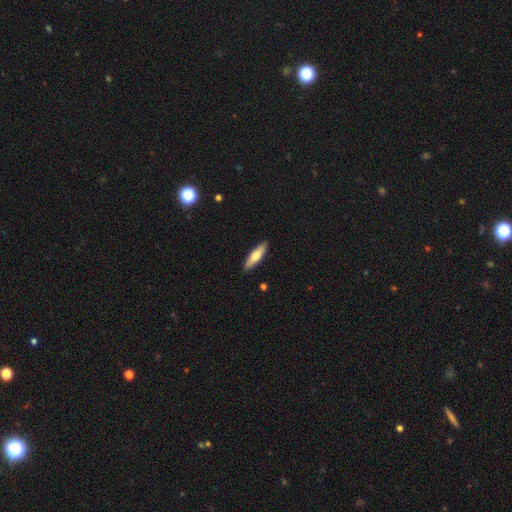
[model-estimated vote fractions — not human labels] This is likely a smooth galaxy (62%). How rounded: likely cigar-shaped (67%). Merging: clearly none (90%).